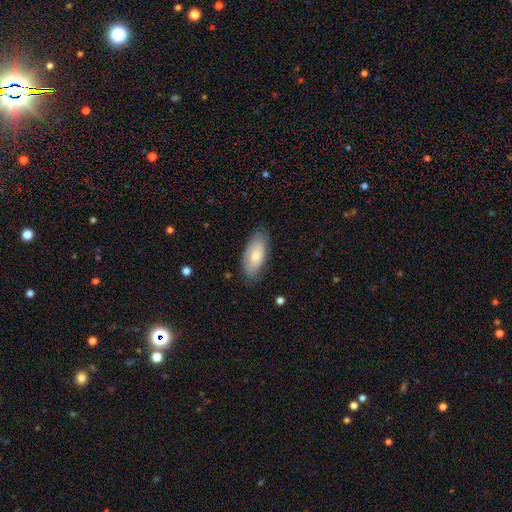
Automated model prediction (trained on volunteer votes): Morphology: type=smooth (69%); roundness=in between (89%); merging=none (76%).